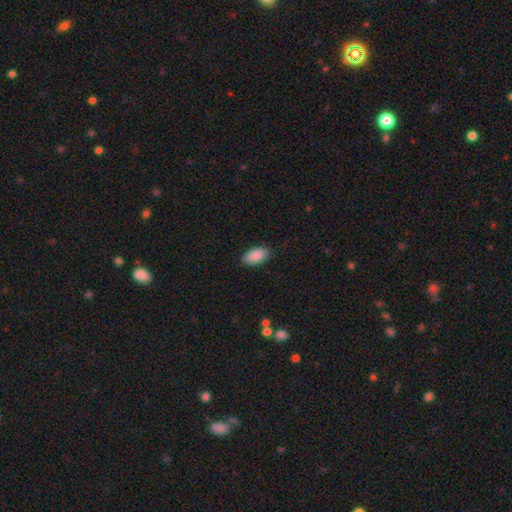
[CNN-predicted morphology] A smooth galaxy with no disk features (89%) that is in between round and cigar-shaped (95%).

Vote fractions:
- Smooth or featured? smooth: 89% / star or artifact: 6% / featured or disk: 5%
- How rounded? in between: 95% / round: 3% / cigar-shaped: 2%
- Merging? none: 84% / minor disturbance: 13% / major disturbance: 3% / merger: 1%